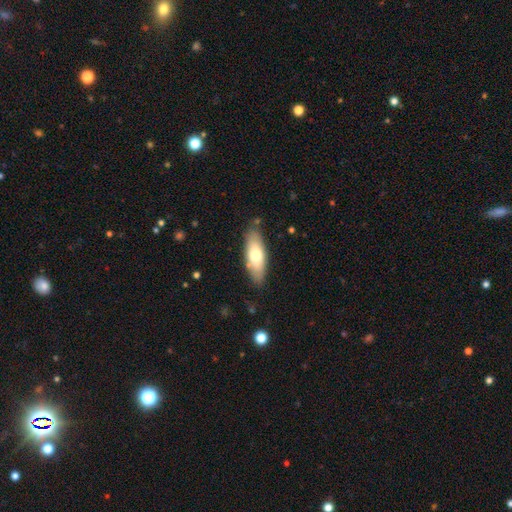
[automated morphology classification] The model was most divided on "how rounded": in between: 66%, cigar-shaped: 32%, round: 2%. More confident: merging — none (83%); smooth or featured — smooth (68%).